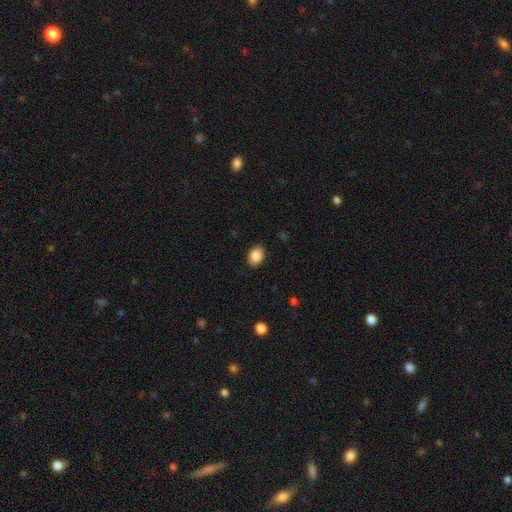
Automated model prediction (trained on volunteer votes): This appears to be a smooth galaxy with no disk features (87%) that is in between round and cigar-shaped (77%). Merging: none (89%).